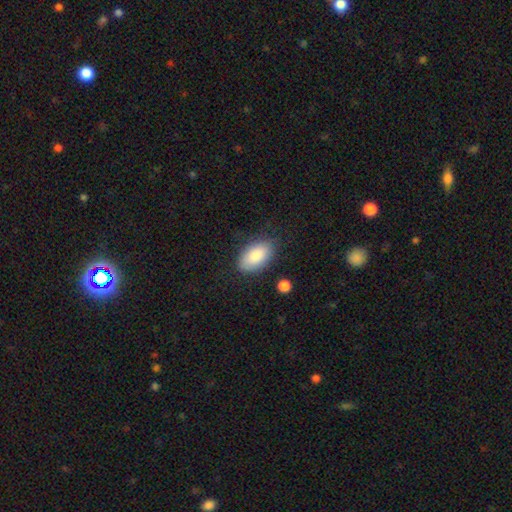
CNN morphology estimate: smooth_or_featured: smooth (p=0.87) [alt: featured or disk p=0.07]
how_rounded: in between (p=0.94) [alt: round p=0.04]
merging: none (p=0.80) [alt: minor disturbance p=0.14]